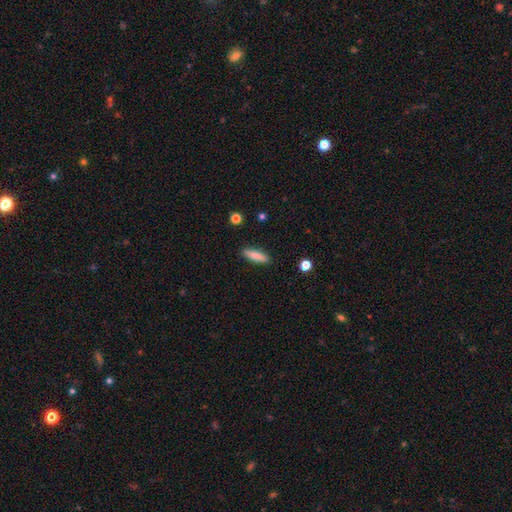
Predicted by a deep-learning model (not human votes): Morphology: type=smooth (82%); roundness=cigar-shaped (62%); merging=none (89%).